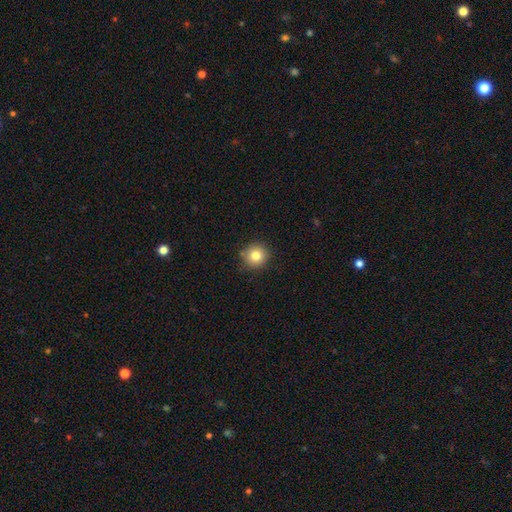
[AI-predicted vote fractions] A smooth galaxy with no disk features (80%) that is round (93%).

Vote fractions:
- Smooth or featured? smooth: 80% / star or artifact: 11% / featured or disk: 9%
- How rounded? round: 93% / in between: 6% / cigar-shaped: 1%
- Merging? none: 88% / minor disturbance: 8% / major disturbance: 2% / merger: 2%